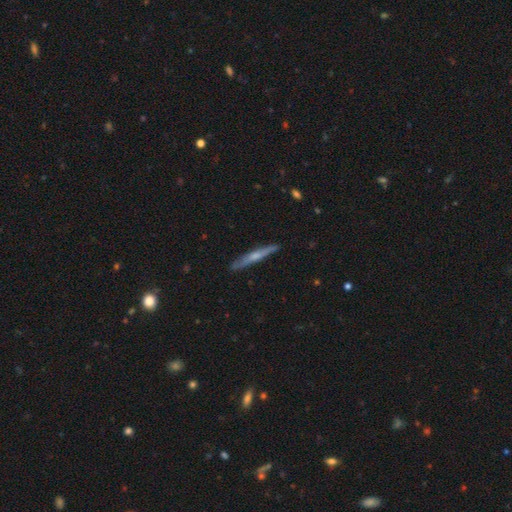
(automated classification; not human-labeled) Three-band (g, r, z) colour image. It shows a featured or disk galaxy (59%) viewed edge-on (95%) with a rounded central bulge (63%). Merging: none (88%).